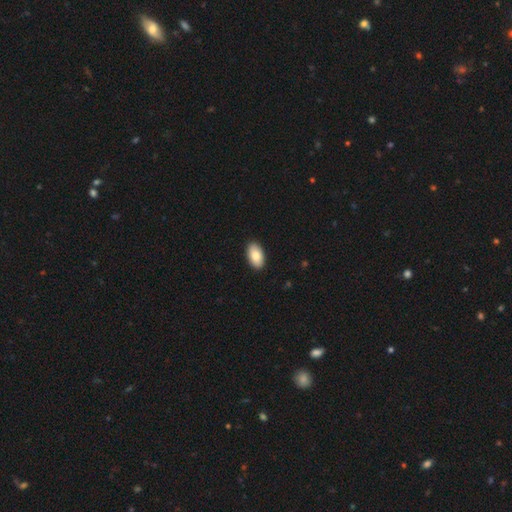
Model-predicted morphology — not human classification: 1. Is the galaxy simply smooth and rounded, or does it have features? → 85% smooth, 9% featured or disk, 6% star or artifact.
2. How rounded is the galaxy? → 95% in between, 3% round, 2% cigar-shaped.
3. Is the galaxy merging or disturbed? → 91% none, 7% minor disturbance, 1% major disturbance, 1% merger.